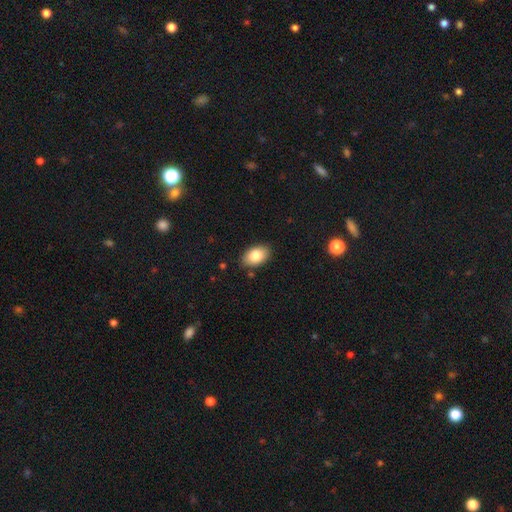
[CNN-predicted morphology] smooth_or_featured: smooth (p=0.83) [alt: featured or disk p=0.09]
how_rounded: in between (p=0.90) [alt: round p=0.09]
merging: none (p=0.86) [alt: minor disturbance p=0.11]